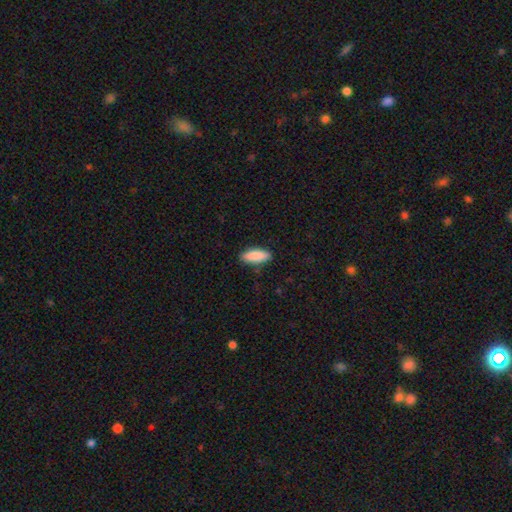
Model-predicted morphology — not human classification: Smooth or featured? Predicted: smooth (p=0.88). How rounded? Predicted: in between (p=0.73). Merging? Predicted: none (p=0.86).